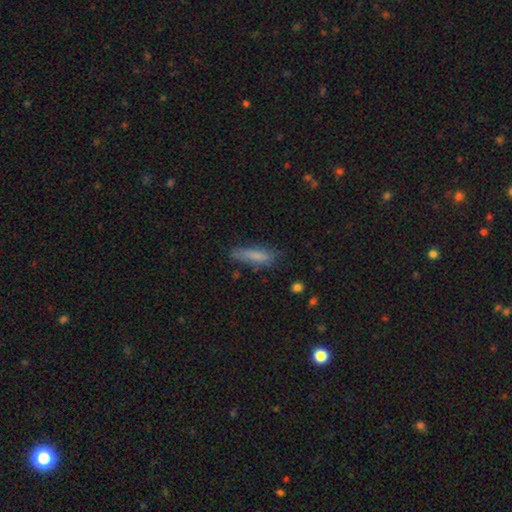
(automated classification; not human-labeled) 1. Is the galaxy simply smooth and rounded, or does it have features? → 78% smooth, 14% featured or disk, 8% star or artifact.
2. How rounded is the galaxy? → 71% cigar-shaped, 27% in between, 2% round.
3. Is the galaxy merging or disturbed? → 69% none, 23% minor disturbance, 6% major disturbance, 2% merger.